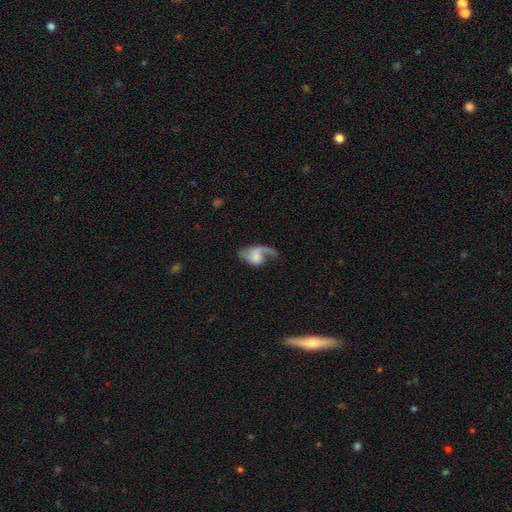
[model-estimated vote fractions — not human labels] This is likely a featured or disk galaxy (65%). It is clearly not viewed edge-on (97%). Bar: likely no (67%). Spiral arm pattern: clearly yes (86%). Spiral arm count: likely 1 (63%). Spiral winding: likely loose (64%). Central bulge: marginally small (31%). Merging: marginally major disturbance (40%).